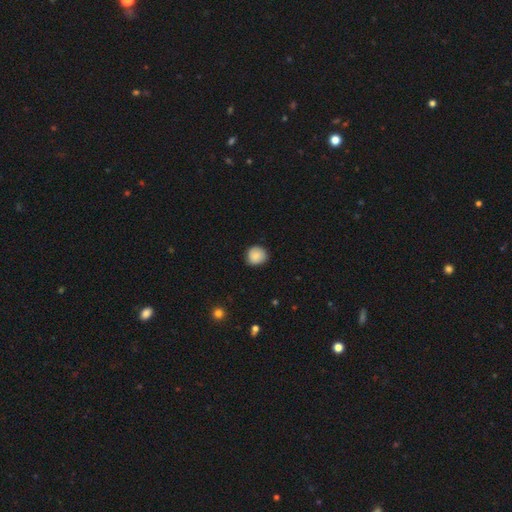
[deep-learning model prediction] Overall: smooth (85%). How rounded: round (89%). Merging: none (85%).